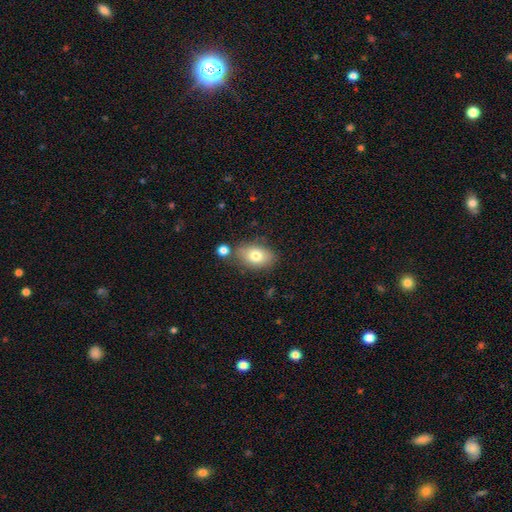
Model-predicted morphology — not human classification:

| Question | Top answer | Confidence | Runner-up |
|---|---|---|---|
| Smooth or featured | smooth | 78% | featured or disk (14%) |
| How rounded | in between | 86% | round (13%) |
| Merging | none | 71% | minor disturbance (15%) |